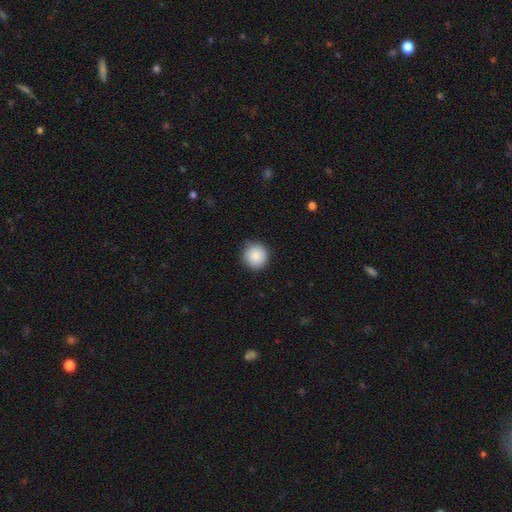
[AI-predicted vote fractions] Smooth or featured?
  - smooth: 89% *
  - star or artifact: 8%
  - featured or disk: 4%
How rounded?
  - round: 96% *
  - in between: 4%
  - cigar-shaped: 1%
Merging?
  - none: 90% *
  - minor disturbance: 7%
  - major disturbance: 2%
  - merger: 1%